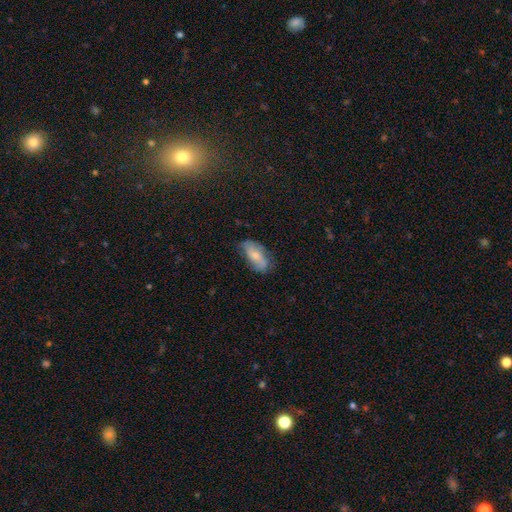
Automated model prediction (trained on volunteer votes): The model was most divided on "smooth or featured": smooth: 58%, featured or disk: 35%, star or artifact: 7%. More confident: how rounded — in between (89%); merging — none (63%).